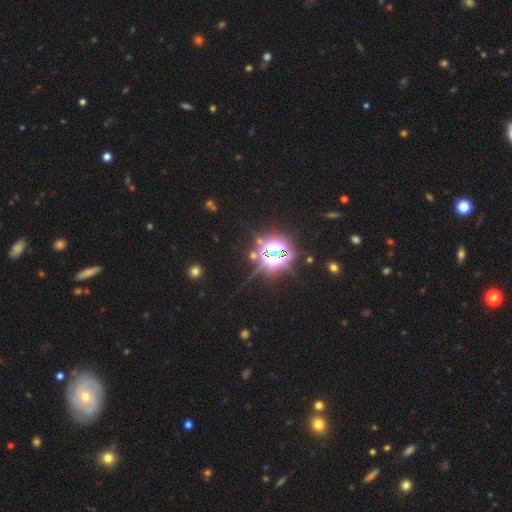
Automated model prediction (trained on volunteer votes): Overall: star or artifact (80%).